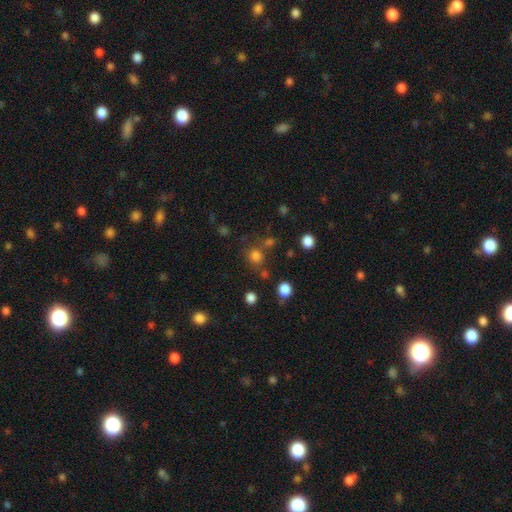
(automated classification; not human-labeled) Q: Smooth or featured?
A: smooth (76%); runner-up: star or artifact (18%)
Q: How rounded?
A: round (87%); runner-up: in between (12%)
Q: Merging?
A: none (72%); runner-up: merger (13%)